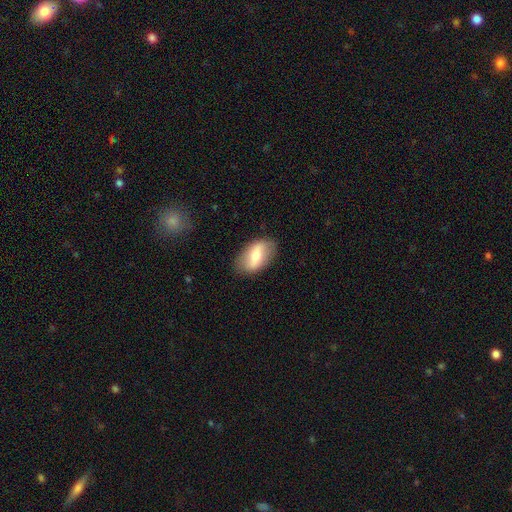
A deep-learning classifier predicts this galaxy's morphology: smooth 54%, featured or disk 39%, star or artifact 7%. Down the decision tree: how rounded — in between (90%); merging — none (82%).